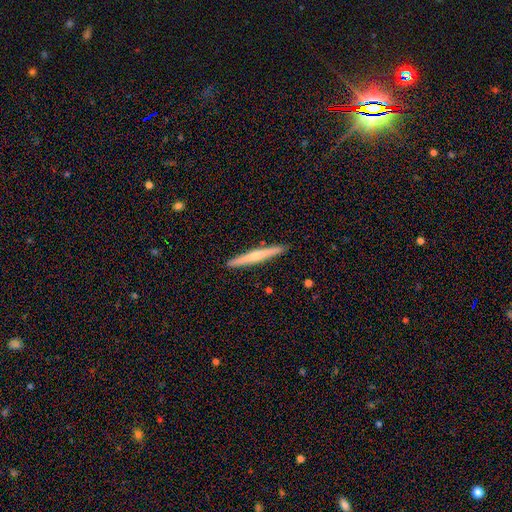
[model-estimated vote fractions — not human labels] smooth-or-featured: featured or disk: 52% | smooth: 43% | star or artifact: 5%
  disk-edge-on: yes: 97% | no: 3%
    edge-on-bulge: rounded: 60% | none: 35% | boxy: 5%
  merging: none: 92% | minor disturbance: 5% | major disturbance: 1% | merger: 1%